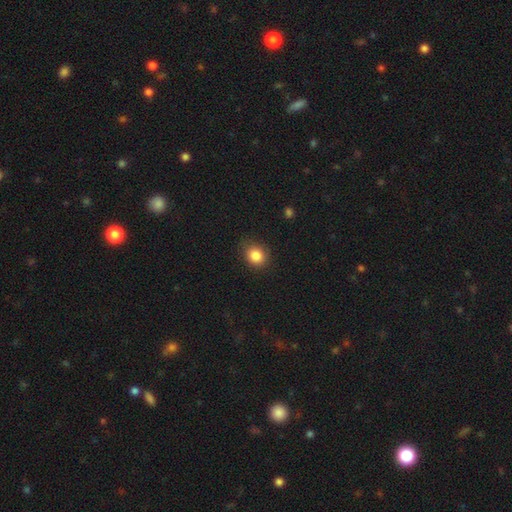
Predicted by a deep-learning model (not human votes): Smooth or featured: smooth — 85% (star or artifact — 10%)
How rounded: round — 69% (in between — 30%)
Merging: none — 81% (minor disturbance — 14%)